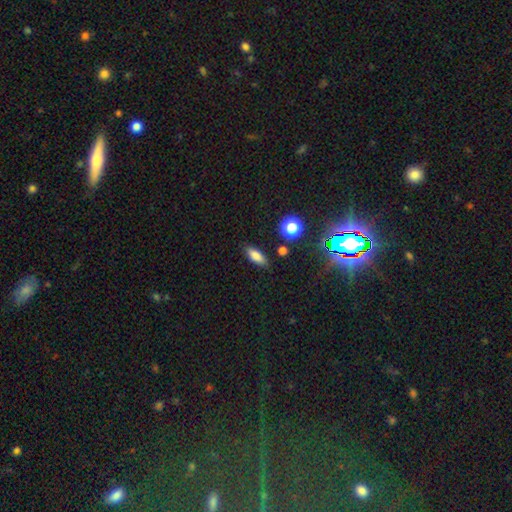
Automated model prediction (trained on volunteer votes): This appears to be a smooth galaxy with no disk features (80%) that is in between round and cigar-shaped (71%). Merging: none (85%).